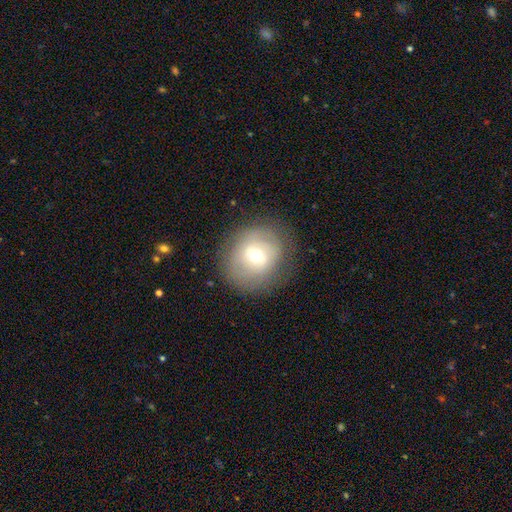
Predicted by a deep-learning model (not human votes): Smooth or featured: smooth — 59% (featured or disk — 29%)
How rounded: round — 82% (in between — 17%)
Merging: none — 77% (minor disturbance — 15%)